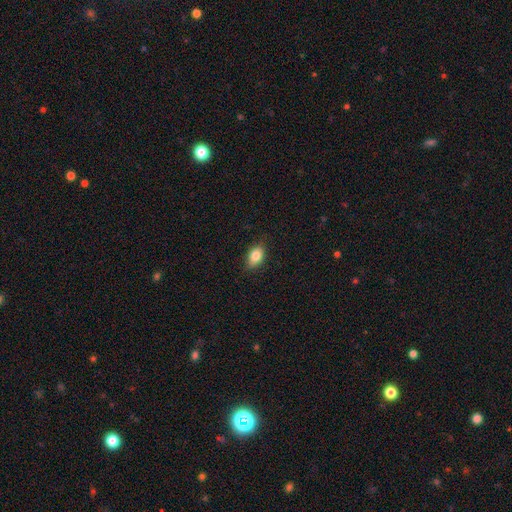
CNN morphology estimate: Overall: smooth (83%). How rounded: in between (86%). Merging: none (85%).